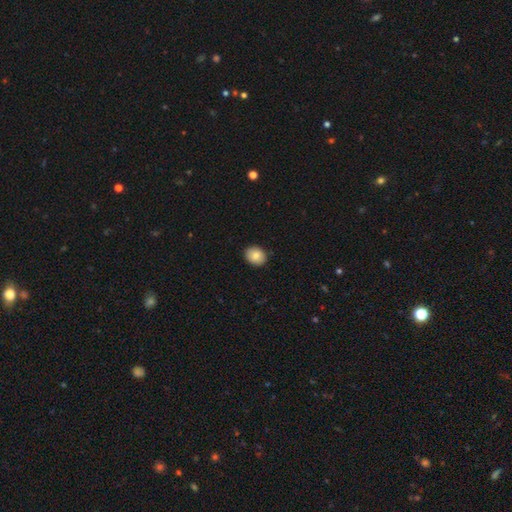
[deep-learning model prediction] The model was most divided on "how rounded": in between: 50%, round: 49%, cigar-shaped: 1%. More confident: merging — none (89%); smooth or featured — smooth (81%).